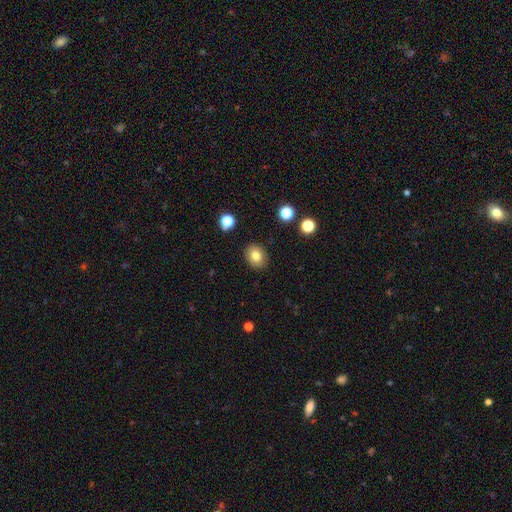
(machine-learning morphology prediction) The model was most divided on "how rounded": in between: 51%, round: 48%, cigar-shaped: 1%. More confident: merging — none (89%); smooth or featured — smooth (81%).